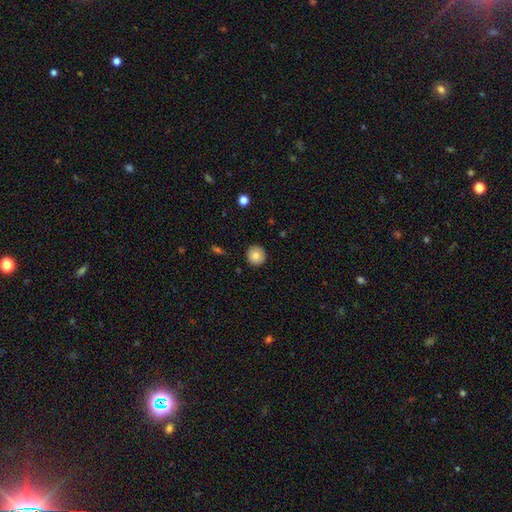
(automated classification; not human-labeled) smooth-or-featured: smooth: 83% | featured or disk: 9% | star or artifact: 8%
  how-rounded: round: 94% | in between: 5% | cigar-shaped: 1%
  merging: none: 91% | minor disturbance: 6% | major disturbance: 2% | merger: 1%